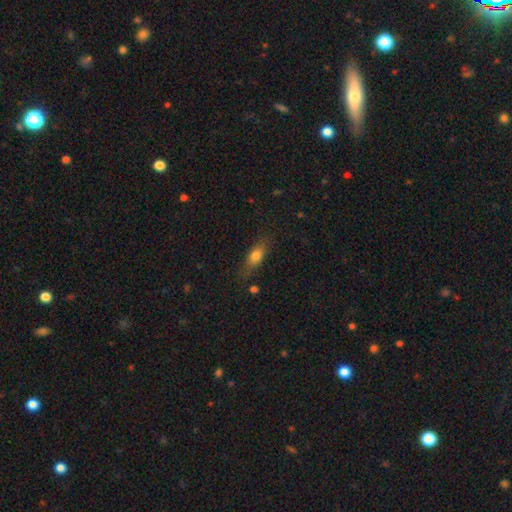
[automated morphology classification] Overall: smooth (75%). How rounded: in between (70%). Merging: none (72%).